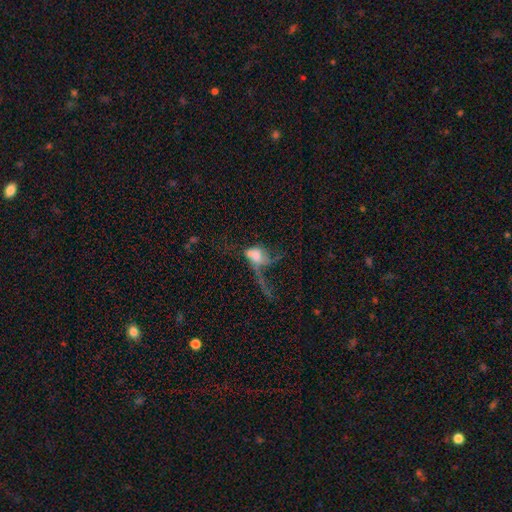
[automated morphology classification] The model was most divided on "smooth or featured": smooth: 45%, featured or disk: 43%, star or artifact: 12%. More confident: merging — major disturbance (52%).